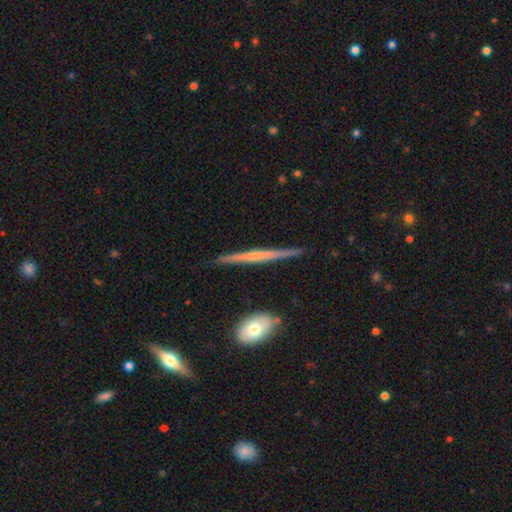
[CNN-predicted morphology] type=featured or disk (66%); edge-on=yes (97%); edge-on bulge=none (62%); merging=none (88%).